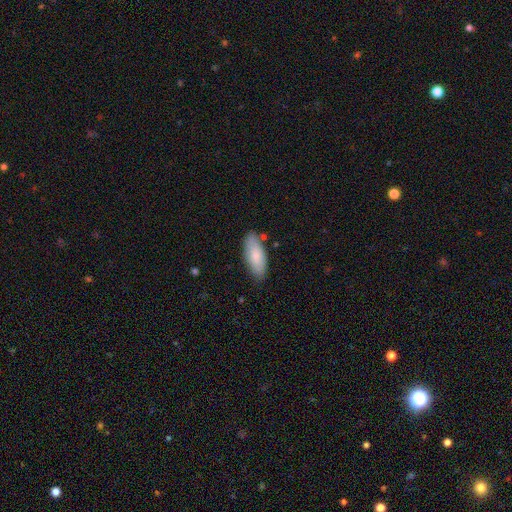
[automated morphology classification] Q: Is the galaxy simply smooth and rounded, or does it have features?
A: smooth — 80%.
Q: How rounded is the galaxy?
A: in between — 80%.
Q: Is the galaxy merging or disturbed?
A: none — 79%.